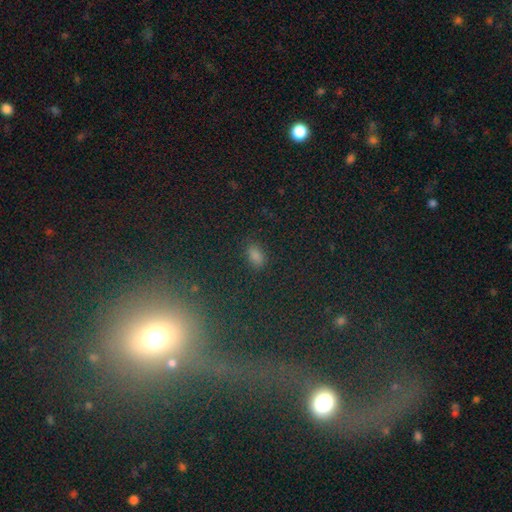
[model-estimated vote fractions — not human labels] This appears to be a smooth galaxy with no disk features (64%) that is in between round and cigar-shaped (75%). Merging: none (83%).